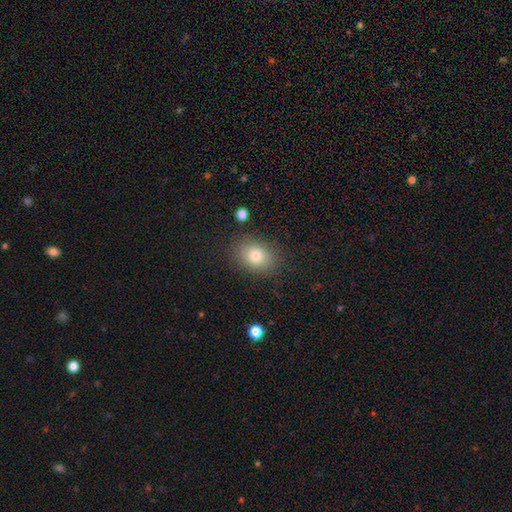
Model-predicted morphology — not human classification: Q: Smooth or featured?
A: smooth (80%); runner-up: star or artifact (10%)
Q: How rounded?
A: in between (67%); runner-up: round (32%)
Q: Merging?
A: none (85%); runner-up: minor disturbance (10%)